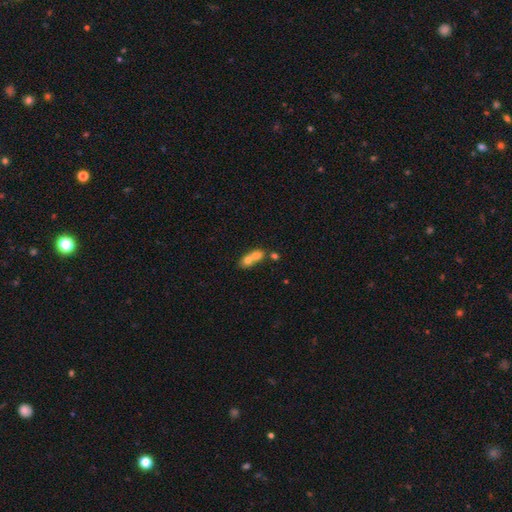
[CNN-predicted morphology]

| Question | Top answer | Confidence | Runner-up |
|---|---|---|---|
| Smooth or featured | smooth | 68% | featured or disk (22%) |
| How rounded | round | 50% | in between (47%) |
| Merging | merger | 75% | none (18%) |